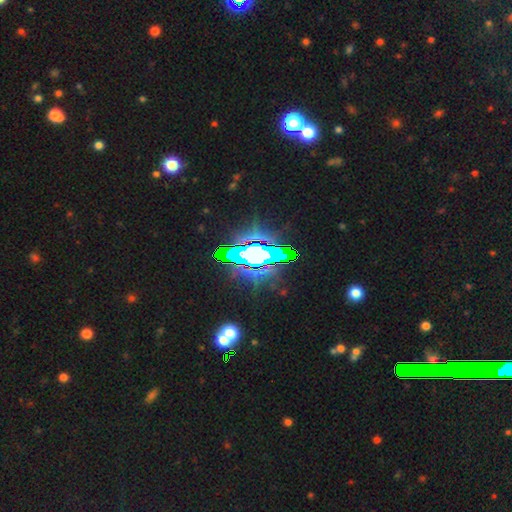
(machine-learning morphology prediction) Smooth or featured? Predicted: star or artifact (p=0.62).